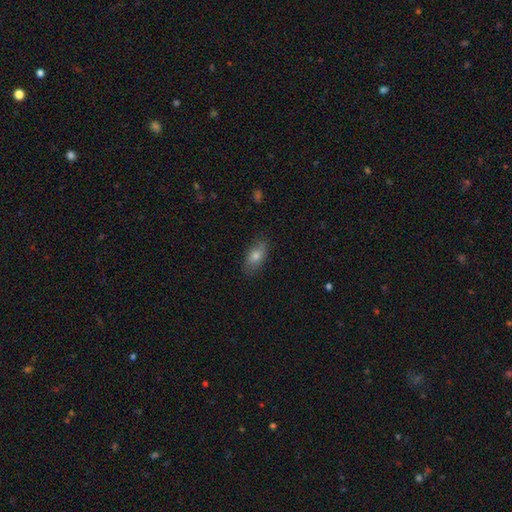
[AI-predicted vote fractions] Overall: smooth (73%). How rounded: in between (85%). Merging: none (82%).